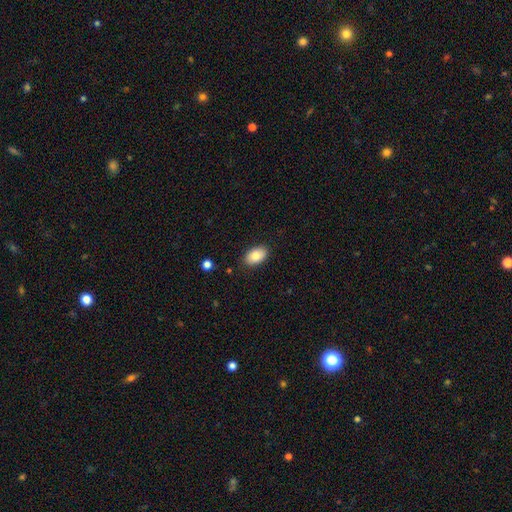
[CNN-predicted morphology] Smooth or featured? smooth (84%)
How rounded? in between (91%)
Merging? none (87%)